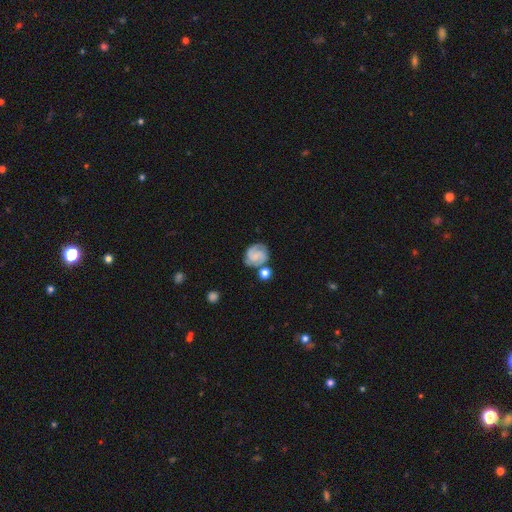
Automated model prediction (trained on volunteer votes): The model was most divided on "bulge size": none: 42%, small: 39%, moderate: 14%, large: 3%, dominant: 1%. Remaining: edge-on disk — no (98%); spiral arms — yes (93%); smooth or featured — featured or disk (64%); merging — none (62%); spiral arm count — 2 (57%); bar — no (53%); spiral winding — tight (50%).